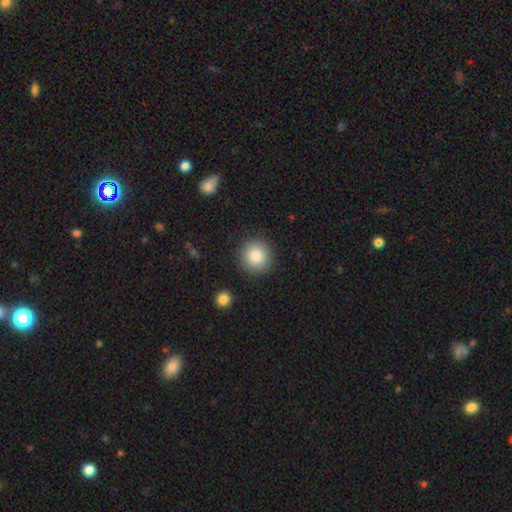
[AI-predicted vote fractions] smooth-or-featured: smooth: 86% | star or artifact: 8% | featured or disk: 6%
  how-rounded: round: 93% | in between: 6% | cigar-shaped: 1%
  merging: none: 89% | minor disturbance: 7% | major disturbance: 3% | merger: 2%